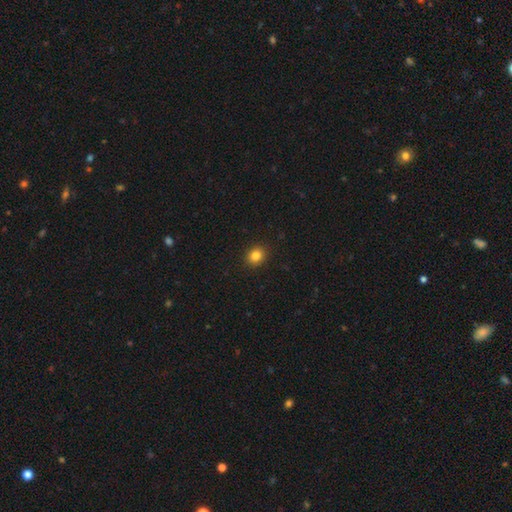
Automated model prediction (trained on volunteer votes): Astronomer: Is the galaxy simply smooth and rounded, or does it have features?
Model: smooth — 84%.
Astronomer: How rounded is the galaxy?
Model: round — 69%.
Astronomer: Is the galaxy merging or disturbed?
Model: none — 92%.